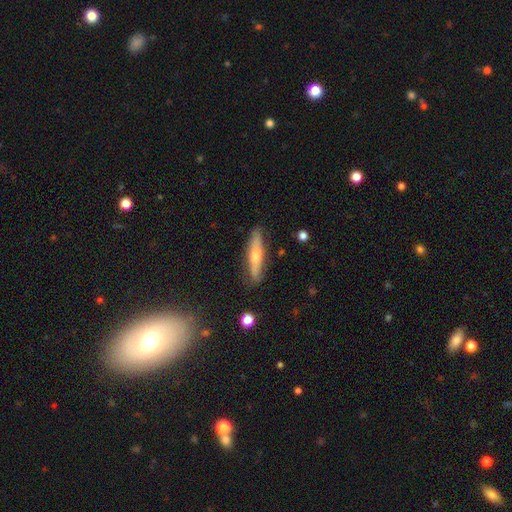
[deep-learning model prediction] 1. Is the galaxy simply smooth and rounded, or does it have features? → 51% smooth, 43% featured or disk, 7% star or artifact.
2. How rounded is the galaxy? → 82% cigar-shaped, 16% in between, 2% round.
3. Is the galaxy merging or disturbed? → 83% none, 13% minor disturbance, 3% major disturbance, 2% merger.